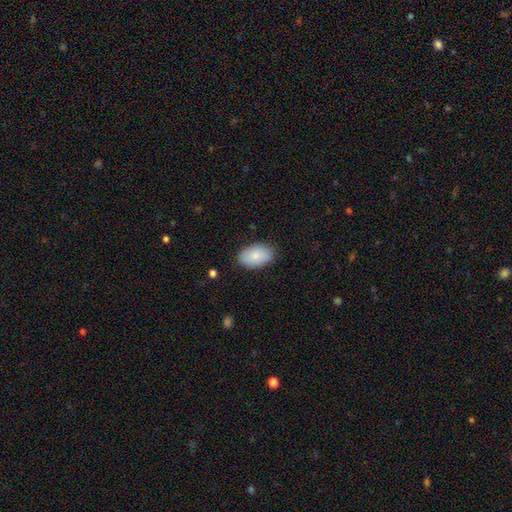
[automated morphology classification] A smooth galaxy with no disk features (83%) that is in between round and cigar-shaped (92%). Merging: none (84%).